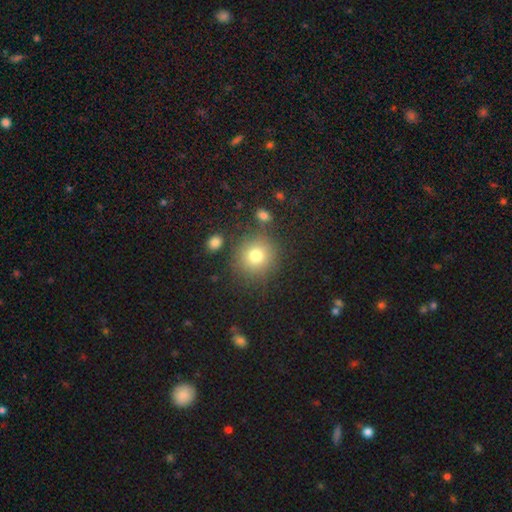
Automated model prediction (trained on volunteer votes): Smooth or featured: smooth — 77% (star or artifact — 13%)
How rounded: round — 91% (in between — 8%)
Merging: none — 82% (minor disturbance — 9%)